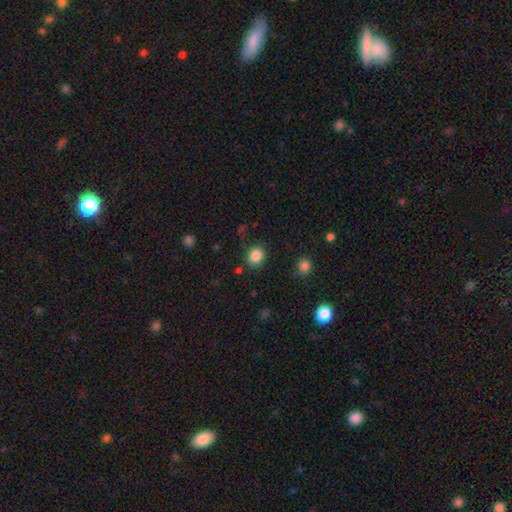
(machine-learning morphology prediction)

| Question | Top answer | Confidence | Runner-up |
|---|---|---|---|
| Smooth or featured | smooth | 85% | star or artifact (10%) |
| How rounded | round | 71% | in between (29%) |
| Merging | none | 83% | minor disturbance (11%) |